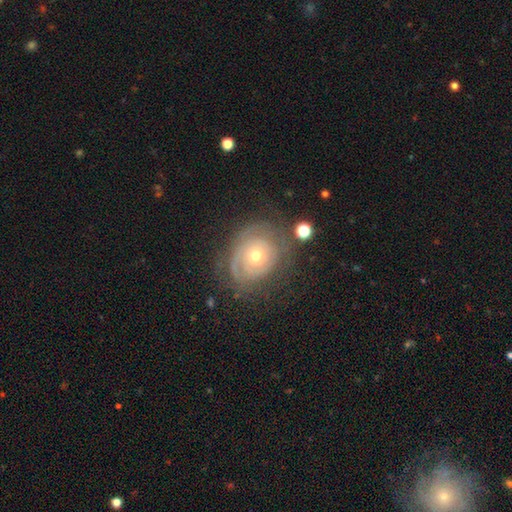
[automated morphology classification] Smooth or featured? featured or disk (70%)
Edge-on disk? no (96%)
Bar? no (85%)
Spiral arms? yes (76%)
Spiral winding? tight (73%)
Spiral arm count? can't tell (46%)
Bulge size? moderate (51%)
Merging? none (63%)